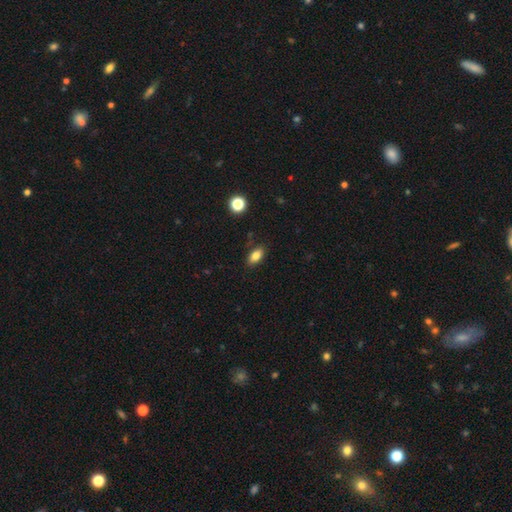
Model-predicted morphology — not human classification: smooth 82%, star or artifact 9%, featured or disk 9%. Down the decision tree: how rounded — in between (88%); merging — none (84%).